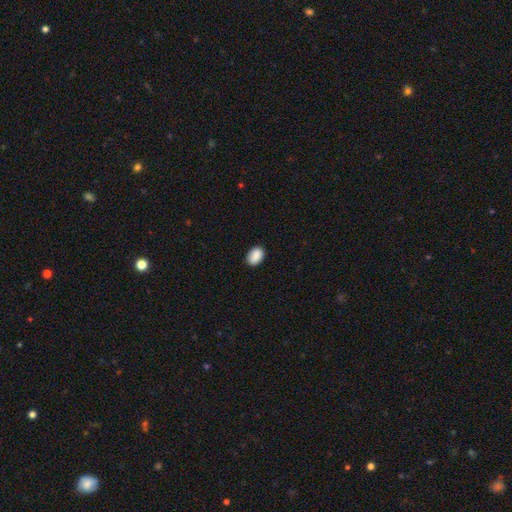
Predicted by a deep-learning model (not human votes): Morphology: type=smooth (90%); roundness=in between (83%); merging=none (86%).